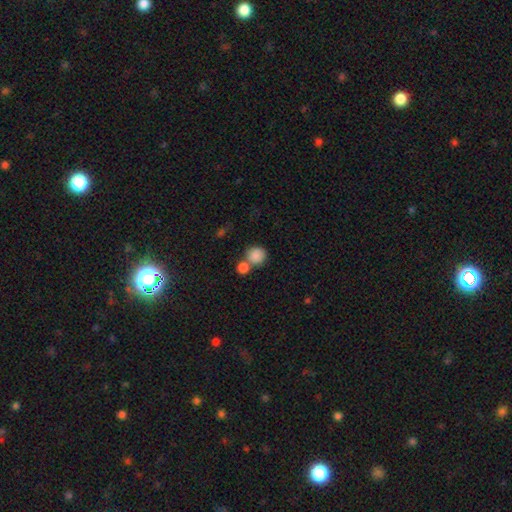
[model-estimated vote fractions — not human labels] Morphology: type=smooth (86%); roundness=round (86%); merging=none (49%).